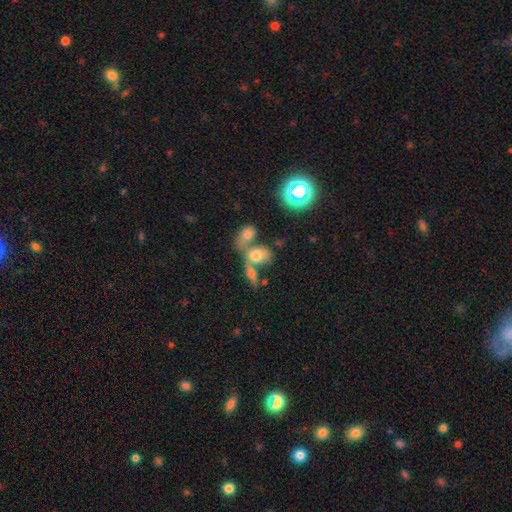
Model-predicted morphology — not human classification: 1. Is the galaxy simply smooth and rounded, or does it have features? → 63% smooth, 22% featured or disk, 15% star or artifact.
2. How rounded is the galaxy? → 71% in between, 25% round, 4% cigar-shaped.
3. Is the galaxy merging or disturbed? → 61% merger, 25% none, 8% minor disturbance, 6% major disturbance.